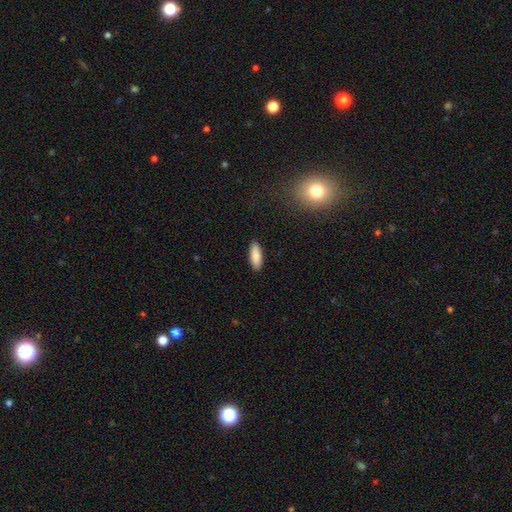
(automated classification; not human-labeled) This is clearly a smooth galaxy (88%). How rounded: likely in between (66%). Merging: clearly none (90%).